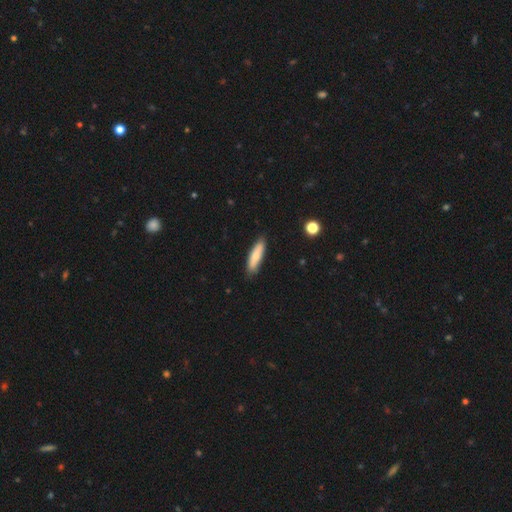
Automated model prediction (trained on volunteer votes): smooth-or-featured: smooth: 77% | featured or disk: 17% | star or artifact: 6%
  how-rounded: cigar-shaped: 69% | in between: 30% | round: 2%
  merging: none: 85% | minor disturbance: 12% | major disturbance: 2% | merger: 1%